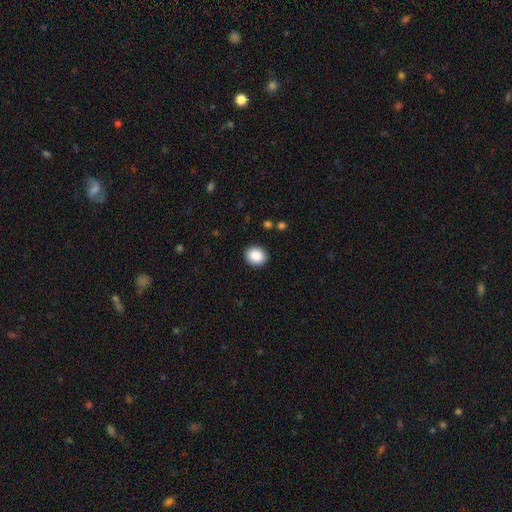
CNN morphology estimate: A smooth galaxy with no disk features (89%) that is round (75%). Merging: none (91%).